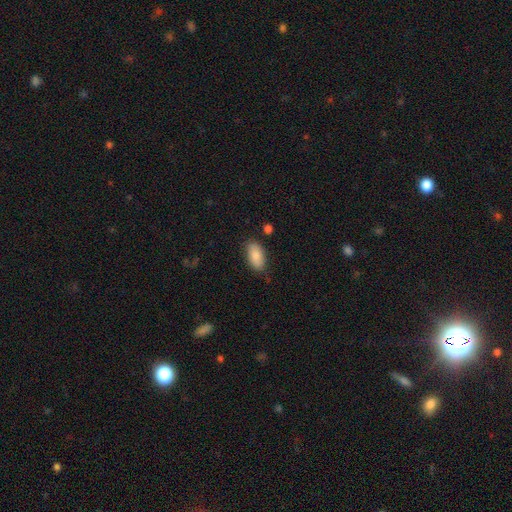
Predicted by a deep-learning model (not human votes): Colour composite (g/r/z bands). It shows a smooth galaxy with no disk features (85%) that is in between round and cigar-shaped (93%). Merging: none (81%).